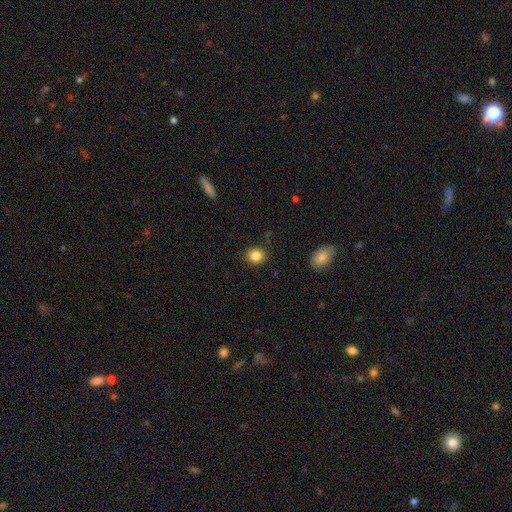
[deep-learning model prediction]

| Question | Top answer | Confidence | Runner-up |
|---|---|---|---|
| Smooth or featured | smooth | 85% | star or artifact (10%) |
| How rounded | round | 77% | in between (22%) |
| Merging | none | 87% | minor disturbance (9%) |